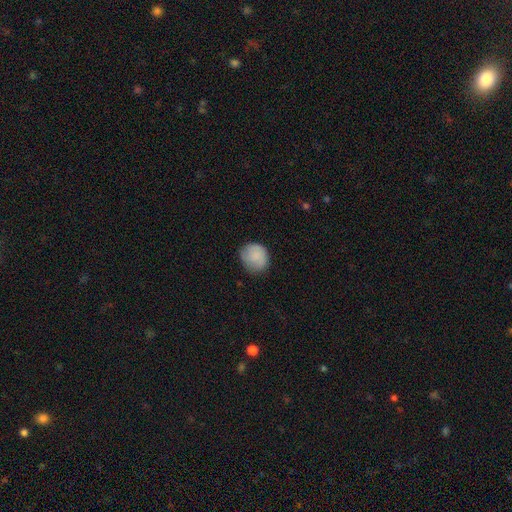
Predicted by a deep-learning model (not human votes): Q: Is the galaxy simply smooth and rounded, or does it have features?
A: smooth — 83%.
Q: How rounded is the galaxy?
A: round — 77%.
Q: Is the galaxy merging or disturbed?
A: none — 73%.